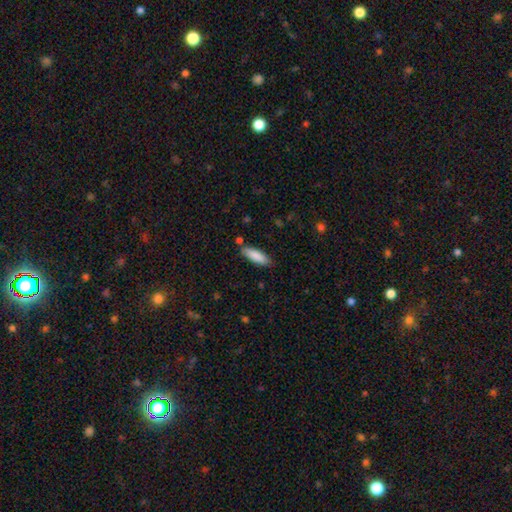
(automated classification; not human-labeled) This is clearly a smooth galaxy (86%). How rounded: possibly cigar-shaped (50%). Merging: likely none (80%).